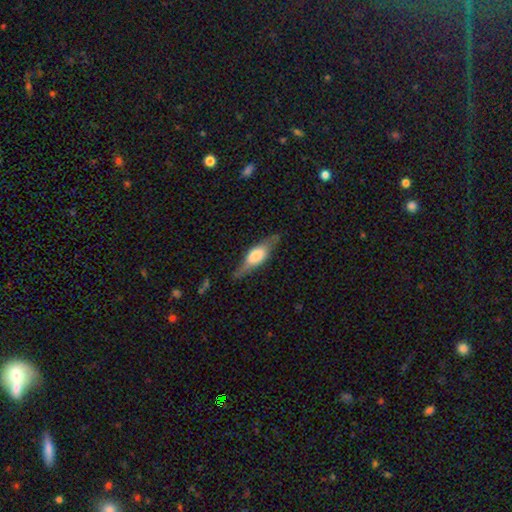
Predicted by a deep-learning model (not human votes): Morphology: type=featured or disk (48%); merging=none (76%).